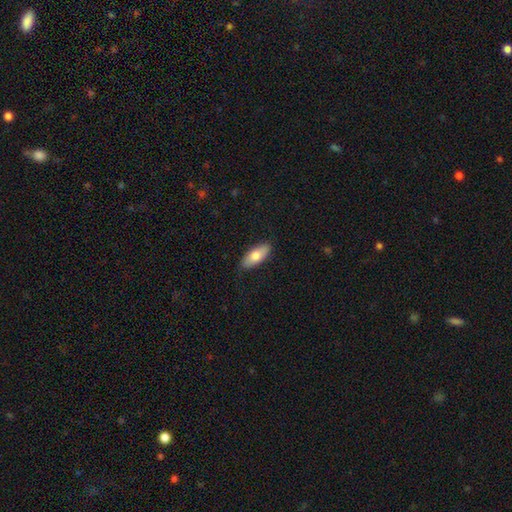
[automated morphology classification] This appears to be a smooth galaxy with no disk features (75%) that is in between round and cigar-shaped (81%). Merging: none (85%).